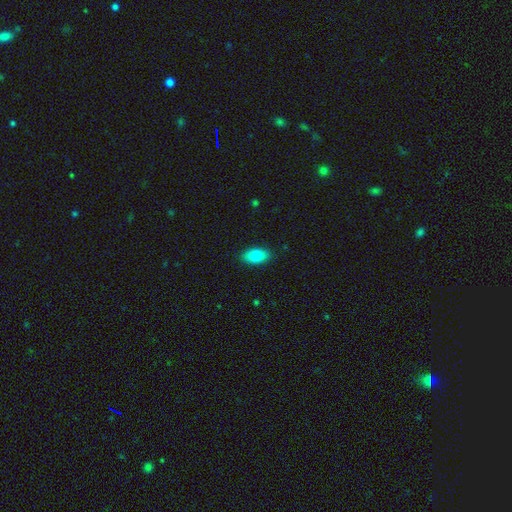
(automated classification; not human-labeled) Morphology: type=smooth (82%); roundness=in between (91%); merging=none (88%).